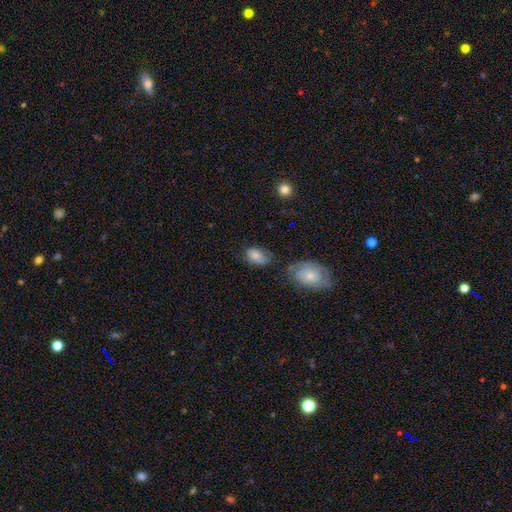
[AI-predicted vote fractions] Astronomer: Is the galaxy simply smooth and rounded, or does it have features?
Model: smooth — 75%.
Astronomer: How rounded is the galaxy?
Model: in between — 84%.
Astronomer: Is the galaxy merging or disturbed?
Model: none — 55%.